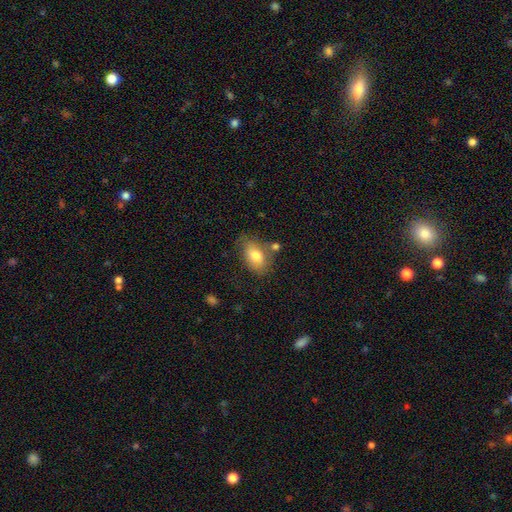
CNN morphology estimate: This is likely a smooth galaxy (77%). How rounded: clearly in between (89%). Merging: likely none (63%).